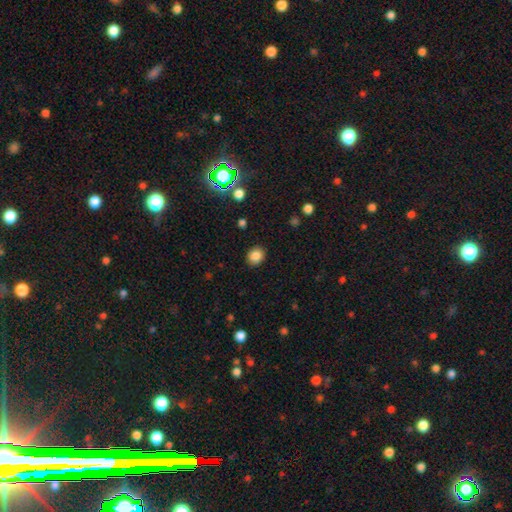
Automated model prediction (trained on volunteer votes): smooth_or_featured: smooth (p=0.84) [alt: star or artifact p=0.11]
how_rounded: round (p=0.70) [alt: in between p=0.29]
merging: none (p=0.89) [alt: minor disturbance p=0.07]